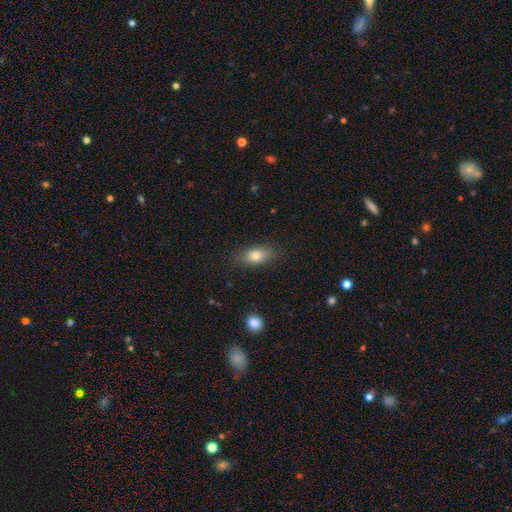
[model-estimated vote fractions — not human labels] smooth_or_featured: smooth (p=0.79) [alt: featured or disk p=0.13]
how_rounded: in between (p=0.83) [alt: round p=0.09]
merging: none (p=0.84) [alt: minor disturbance p=0.12]